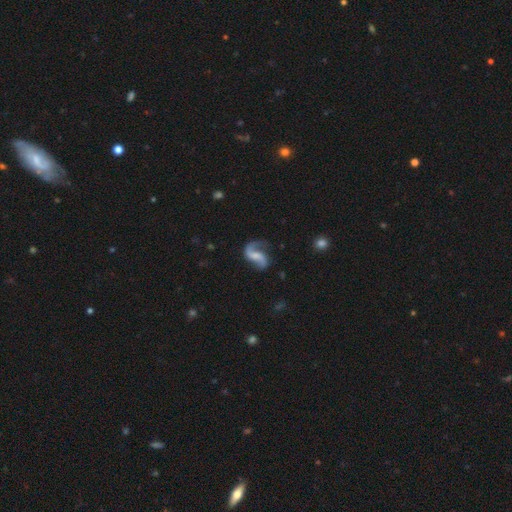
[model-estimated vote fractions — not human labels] featured or disk 87%, smooth 8%, star or artifact 5%. Down the decision tree: edge-on disk — no (98%); bar — weak (43%); spiral arms — yes (96%); spiral arm count — 2 (85%); spiral winding — loose (69%); bulge size — none (39%); merging — none (64%).